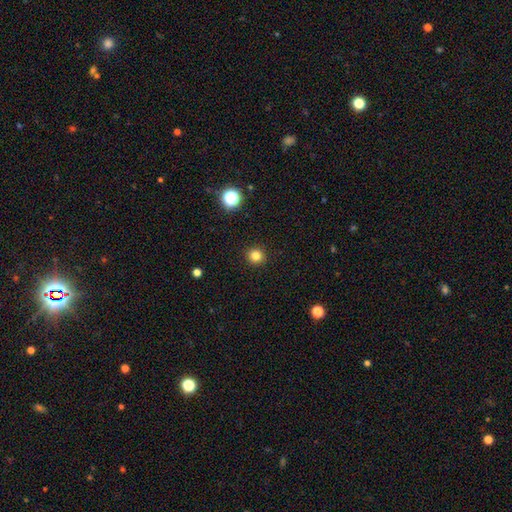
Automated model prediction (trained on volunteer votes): Morphology: type=smooth (81%); roundness=round (94%); merging=none (93%).